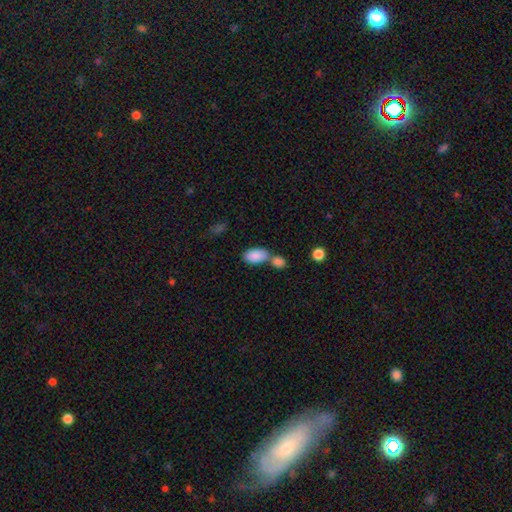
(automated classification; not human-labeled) smooth_or_featured: smooth (p=0.87) [alt: star or artifact p=0.07]
how_rounded: in between (p=0.94) [alt: round p=0.04]
merging: none (p=0.43) [tied with: merger p=0.43]